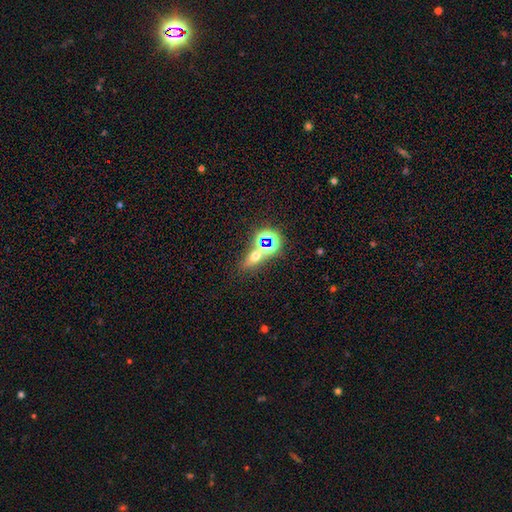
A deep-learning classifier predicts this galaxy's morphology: smooth-or-featured: smooth: 44% | star or artifact: 39% | featured or disk: 16%
  merging: none: 64% | merger: 20% | minor disturbance: 10% | major disturbance: 5%